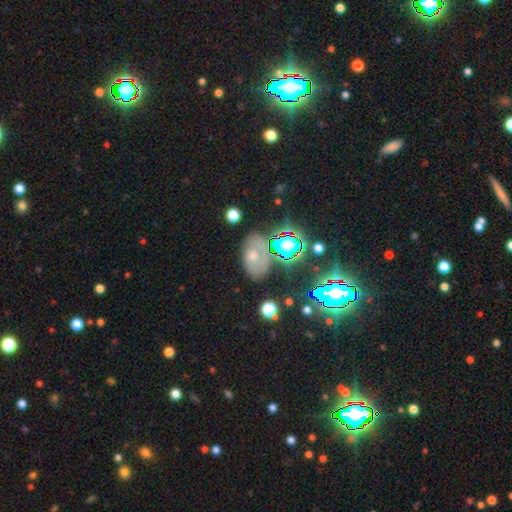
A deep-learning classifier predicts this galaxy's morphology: smooth 39%, star or artifact 34%, featured or disk 27%. Down the decision tree: merging — none (62%).